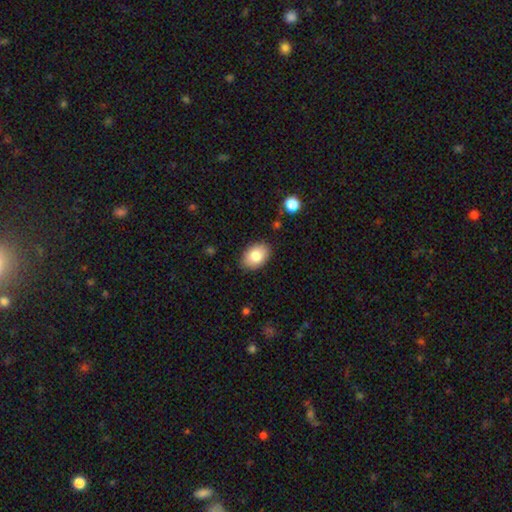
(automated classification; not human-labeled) This is clearly a smooth galaxy (82%). How rounded: clearly in between (84%). Merging: clearly none (85%).